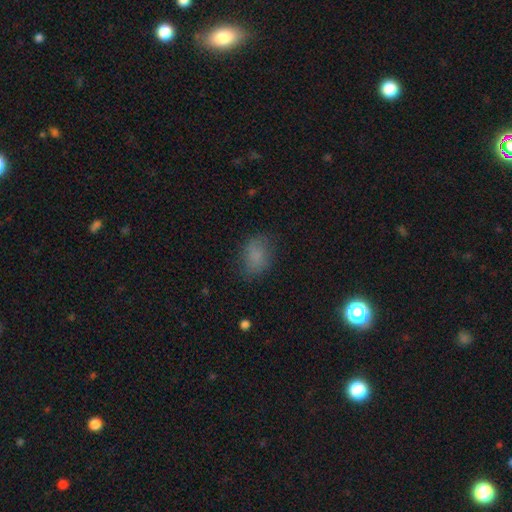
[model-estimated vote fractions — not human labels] Smooth or featured: smooth — 79% (star or artifact — 13%)
How rounded: in between — 74% (round — 25%)
Merging: none — 73% (minor disturbance — 19%)